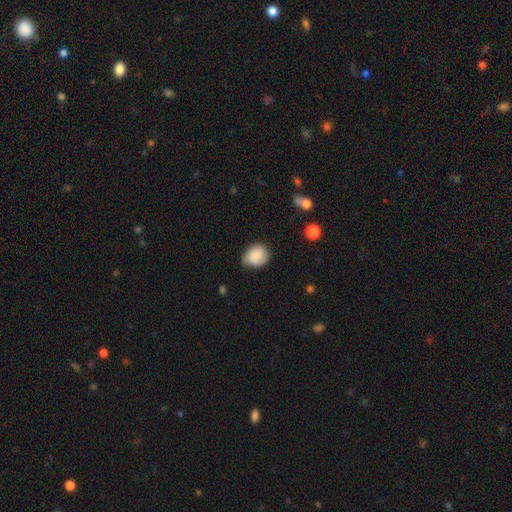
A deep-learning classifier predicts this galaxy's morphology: smooth-or-featured: smooth: 76% | featured or disk: 16% | star or artifact: 8%
  how-rounded: round: 61% | in between: 38% | cigar-shaped: 1%
  merging: none: 65% | minor disturbance: 28% | major disturbance: 5% | merger: 2%